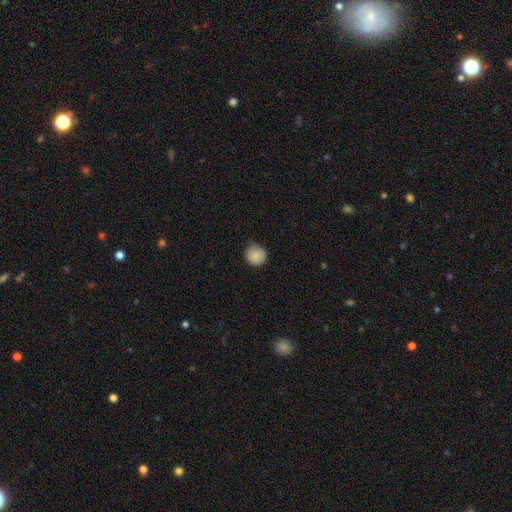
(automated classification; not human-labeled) A smooth galaxy with no disk features (84%) that is round (92%). Merging: none (76%).